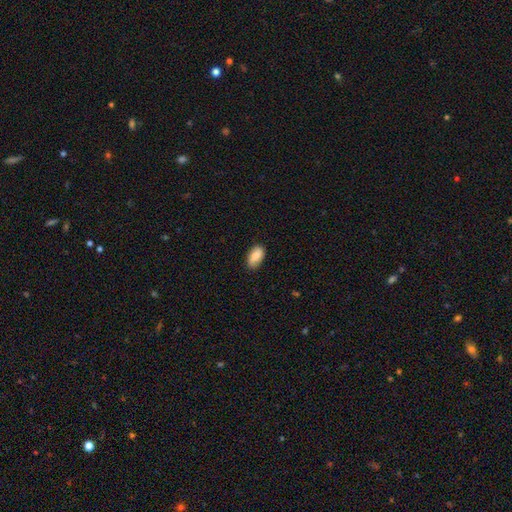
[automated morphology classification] type=smooth (87%); roundness=in between (93%); merging=none (82%).